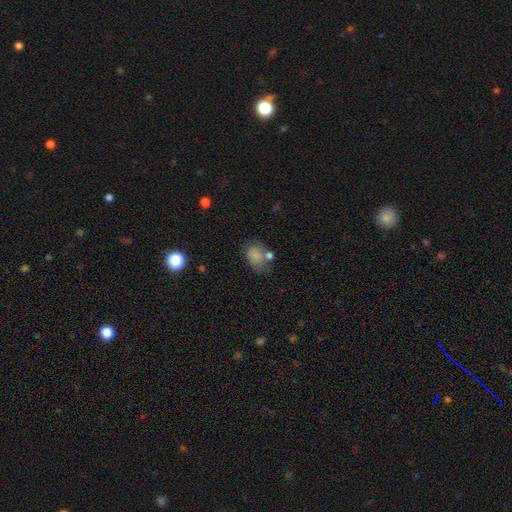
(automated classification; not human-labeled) Smooth or featured? smooth (75%)
How rounded? in between (69%)
Merging? none (43%)